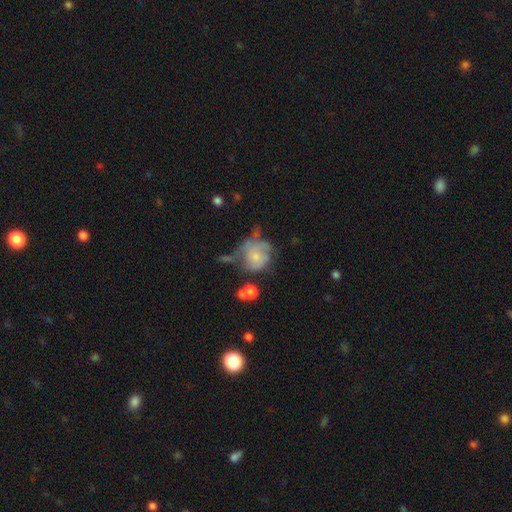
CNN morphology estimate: type=smooth (52%); roundness=round (72%); merging=none (31%).